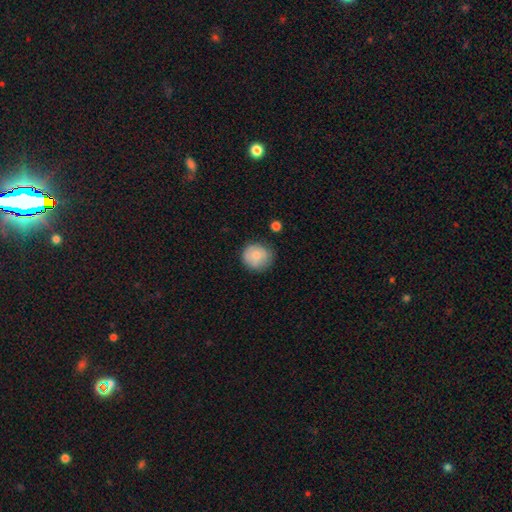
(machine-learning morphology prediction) Smooth or featured? Predicted: smooth (p=0.76). How rounded? Predicted: round (p=0.88). Merging? Predicted: none (p=0.77).